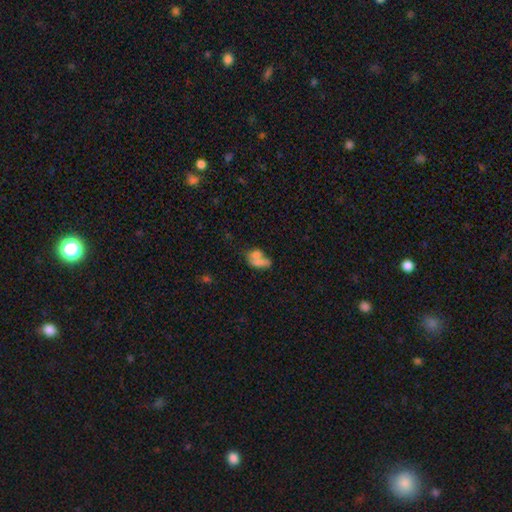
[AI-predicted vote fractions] Smooth or featured? Predicted: smooth (p=0.68). How rounded? Predicted: in between (p=0.75). Merging? Predicted: merger (p=0.55).